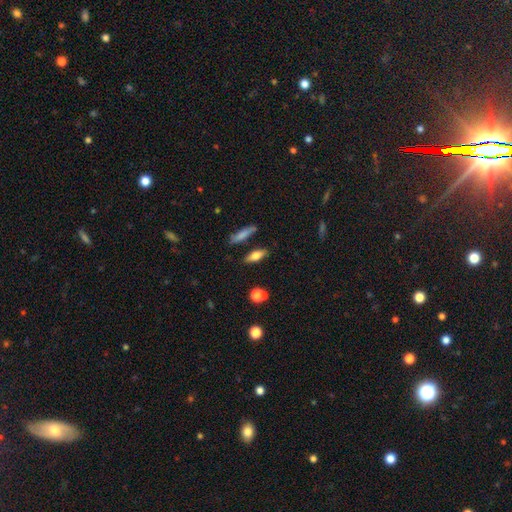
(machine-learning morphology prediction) Smooth or featured: smooth — 65% (featured or disk — 26%)
How rounded: in between — 54% (cigar-shaped — 40%)
Merging: none — 81% (minor disturbance — 11%)